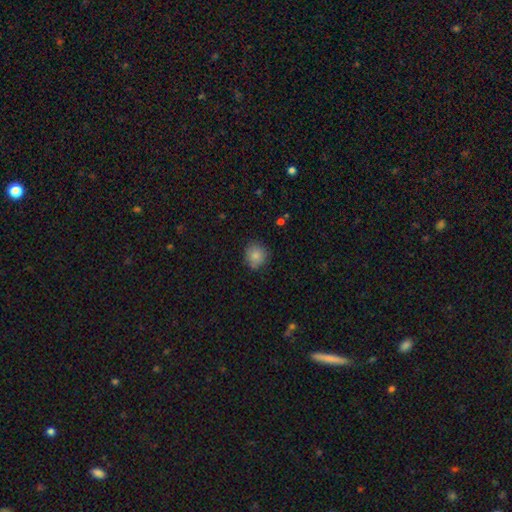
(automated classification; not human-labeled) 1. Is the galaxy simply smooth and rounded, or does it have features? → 84% smooth, 9% star or artifact, 7% featured or disk.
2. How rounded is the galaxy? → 84% round, 15% in between, 1% cigar-shaped.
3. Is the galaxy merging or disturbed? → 80% none, 15% minor disturbance, 3% major disturbance, 2% merger.